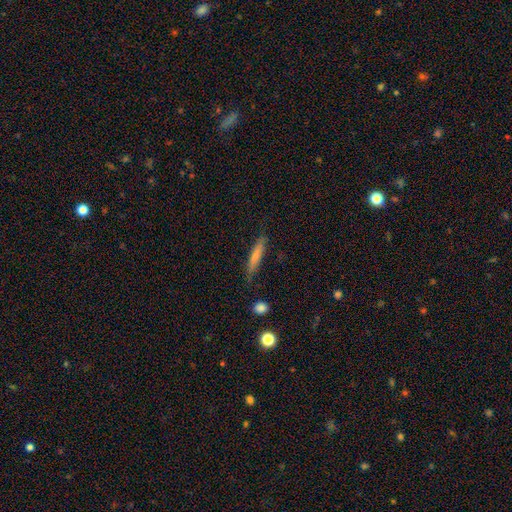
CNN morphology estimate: Smooth or featured? Predicted: smooth (p=0.69). How rounded? Predicted: cigar-shaped (p=0.91). Merging? Predicted: none (p=0.81).